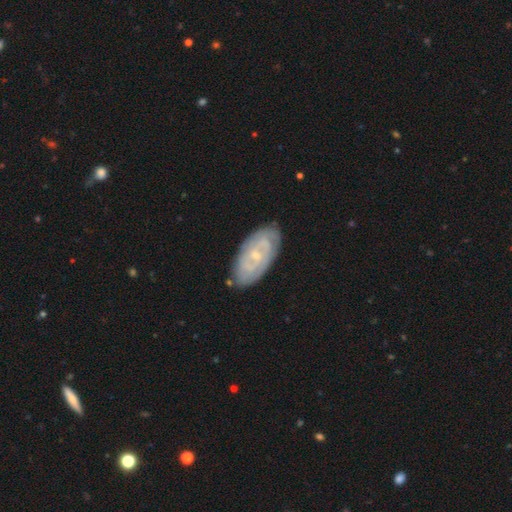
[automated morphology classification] Smooth or featured: featured or disk — 76% (smooth — 18%)
Edge-on disk: no — 94% (yes — 6%)
Bar: no — 59% (weak — 34%)
Spiral arms: yes — 89% (no — 11%)
Spiral winding: tight — 72% (medium — 22%)
Spiral arm count: can't tell — 41% (2 — 32%)
Bulge size: small — 72% (moderate — 23%)
Merging: none — 81% (minor disturbance — 14%)